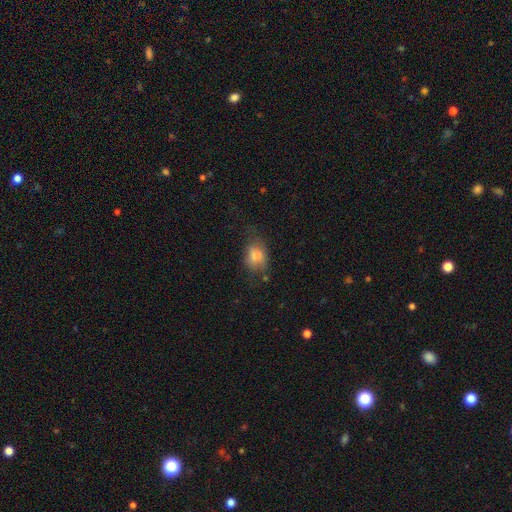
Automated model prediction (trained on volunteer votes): A smooth galaxy with no disk features (74%) that is in between round and cigar-shaped (70%). Merging: none (41%).